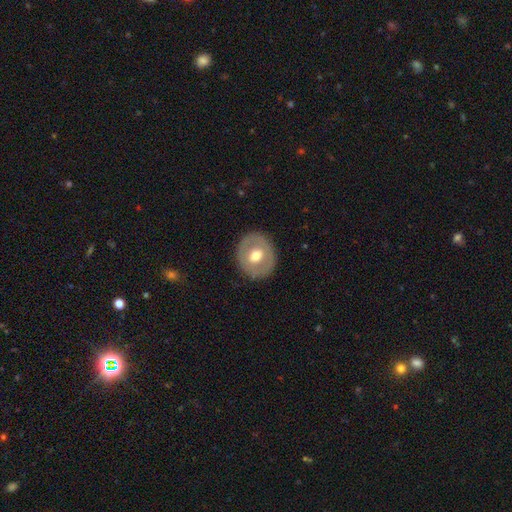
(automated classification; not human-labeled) smooth 48%, featured or disk 46%, star or artifact 6%. Down the decision tree: merging — none (86%).